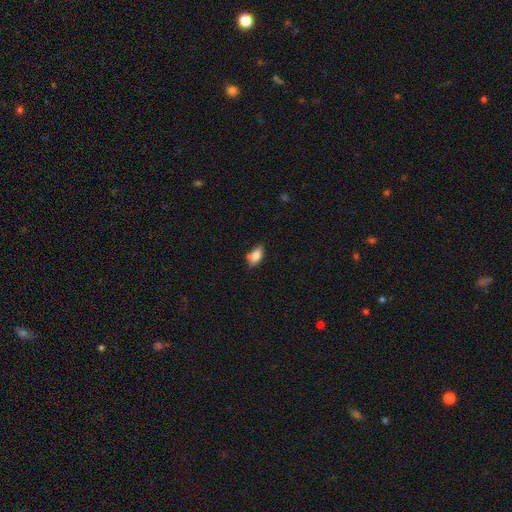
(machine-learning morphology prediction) A smooth galaxy with no disk features (82%) that is in between round and cigar-shaped (89%).

Vote fractions:
- Smooth or featured? smooth: 82% / featured or disk: 10% / star or artifact: 8%
- How rounded? in between: 89% / cigar-shaped: 6% / round: 5%
- Merging? none: 66% / minor disturbance: 23% / merger: 7% / major disturbance: 4%